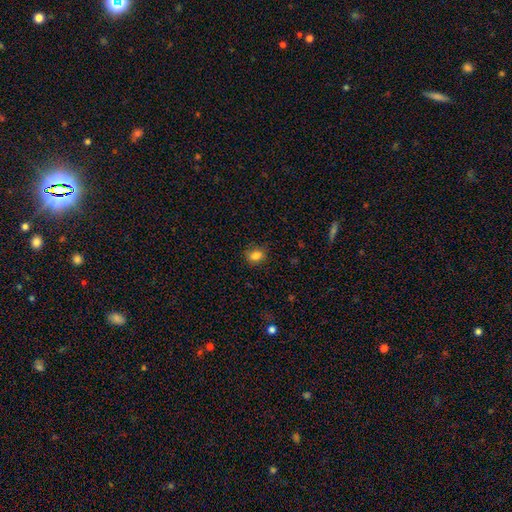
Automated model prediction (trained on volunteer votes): Morphology: type=smooth (83%); roundness=in between (54%); merging=none (81%).